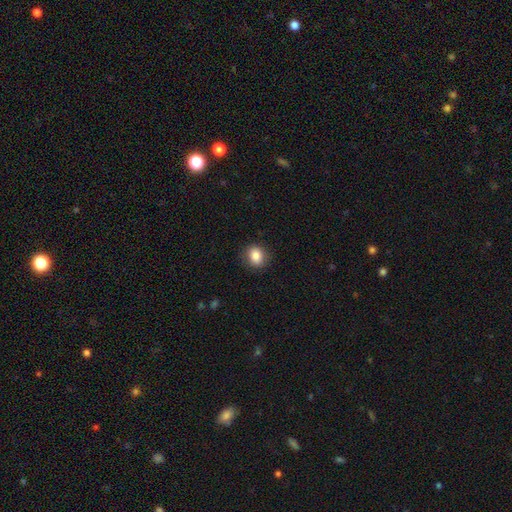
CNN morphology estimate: smooth-or-featured: smooth: 85% | star or artifact: 9% | featured or disk: 6%
  how-rounded: round: 62% | in between: 37% | cigar-shaped: 1%
  merging: none: 87% | minor disturbance: 9% | major disturbance: 3% | merger: 1%